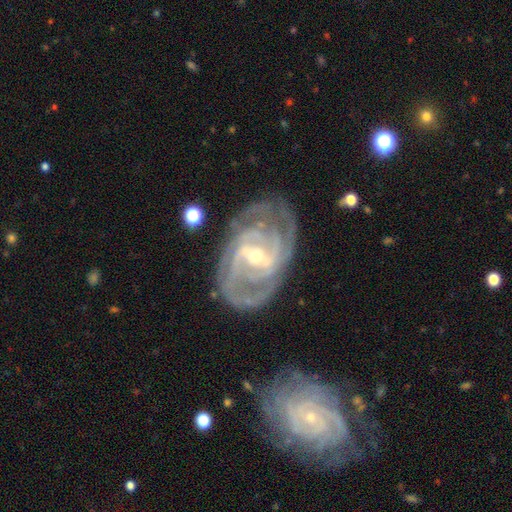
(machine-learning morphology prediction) Smooth or featured? Predicted: featured or disk (p=0.91). Edge-on disk? Predicted: no (p=0.97). Bar? Predicted: weak (p=0.46). Spiral arms? Predicted: yes (p=0.97). Spiral winding? Predicted: tight (p=0.64). Spiral arm count? Predicted: 3 (p=0.24). Bulge size? Predicted: small (p=0.57). Merging? Predicted: none (p=0.75).